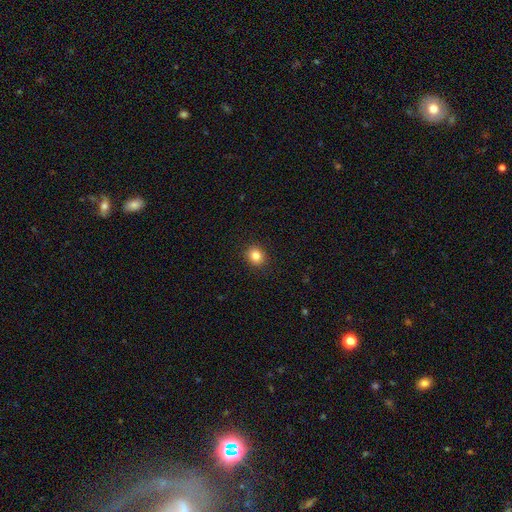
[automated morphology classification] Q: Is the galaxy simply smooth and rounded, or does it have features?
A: smooth — 84%.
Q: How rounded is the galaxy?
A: round — 75%.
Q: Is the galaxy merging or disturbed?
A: none — 91%.